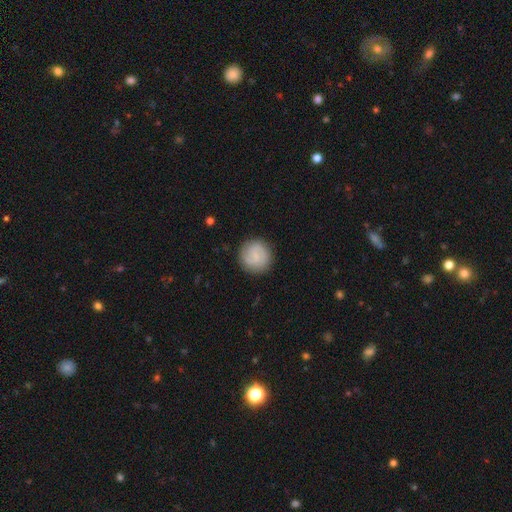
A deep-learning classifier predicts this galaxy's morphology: Smooth or featured? Predicted: smooth (p=0.53). How rounded? Predicted: round (p=0.93). Merging? Predicted: none (p=0.88).